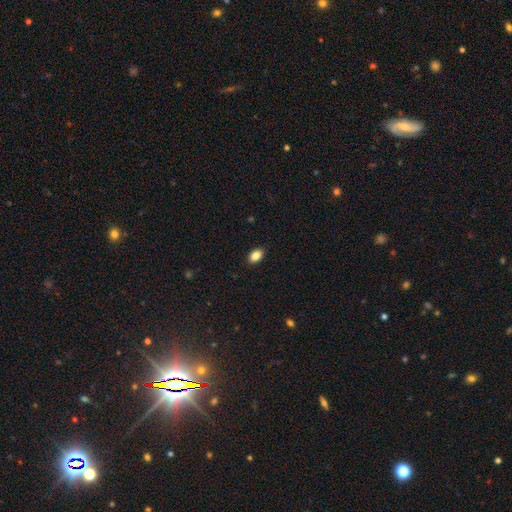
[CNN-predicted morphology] smooth_or_featured: smooth (p=0.86) [alt: star or artifact p=0.09]
how_rounded: in between (p=0.89) [alt: round p=0.10]
merging: none (p=0.90) [alt: minor disturbance p=0.08]